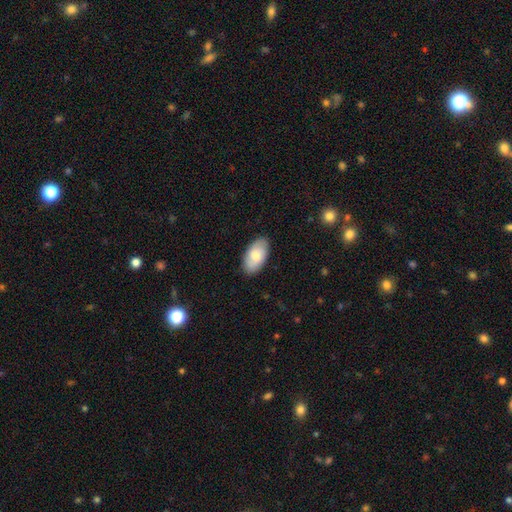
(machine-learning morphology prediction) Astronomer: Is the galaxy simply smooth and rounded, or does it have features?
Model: smooth — 75%.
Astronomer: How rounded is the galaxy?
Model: in between — 95%.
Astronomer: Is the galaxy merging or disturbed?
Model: none — 85%.